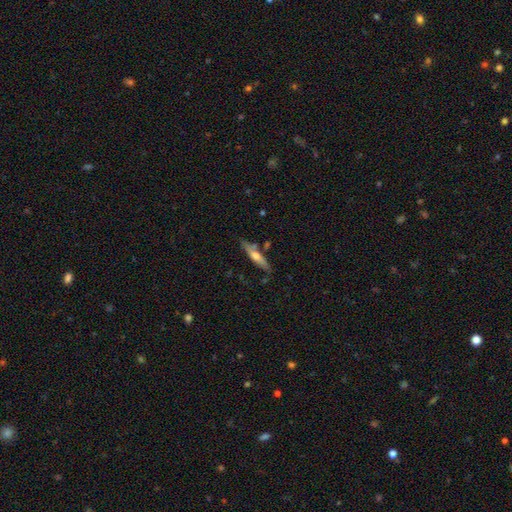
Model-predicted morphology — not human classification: Smooth or featured? smooth (47%, tied with featured or disk)
Merging? none (74%)